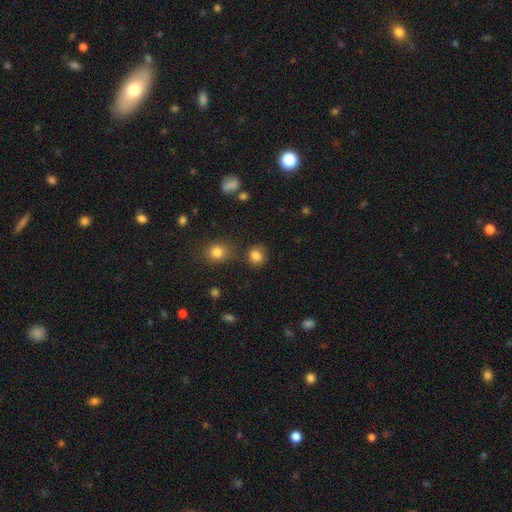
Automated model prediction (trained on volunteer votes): This is clearly a smooth galaxy (83%). How rounded: clearly round (83%). Merging: likely none (77%).